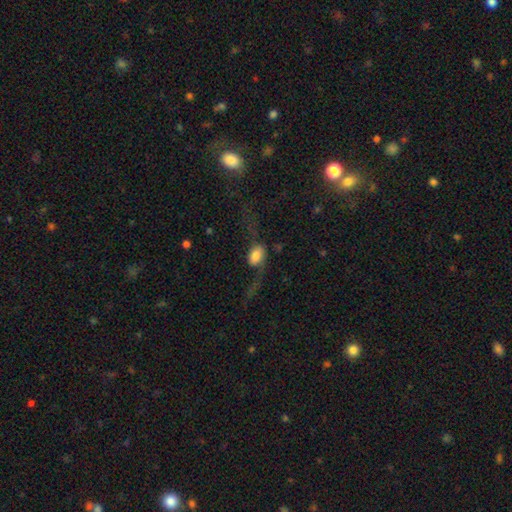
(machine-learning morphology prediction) The model was most divided on "merging": major disturbance: 47%, none: 31%, minor disturbance: 17%, merger: 5%. More confident: how rounded — in between (82%); smooth or featured — smooth (57%).